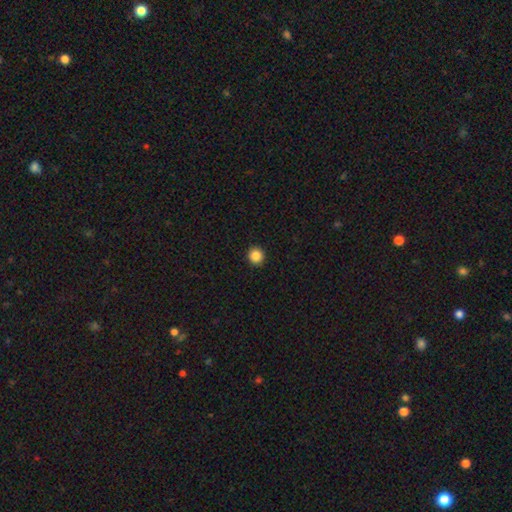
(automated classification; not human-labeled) The model was most divided on "smooth or featured": smooth: 87%, star or artifact: 10%, featured or disk: 3%. More confident: merging — none (93%); how rounded — round (93%).